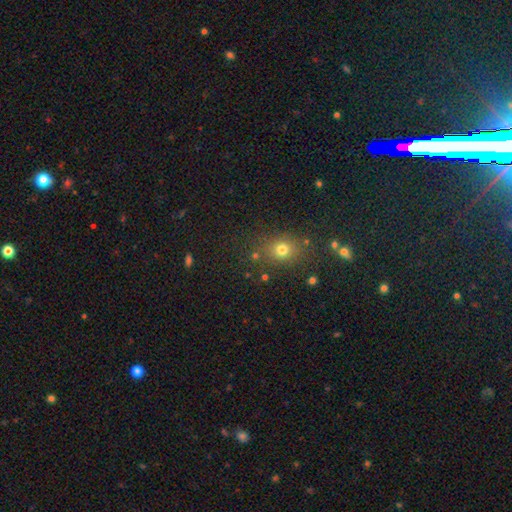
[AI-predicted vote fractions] smooth 66%, star or artifact 25%, featured or disk 9%. Down the decision tree: how rounded — round (66%); merging — none (81%).